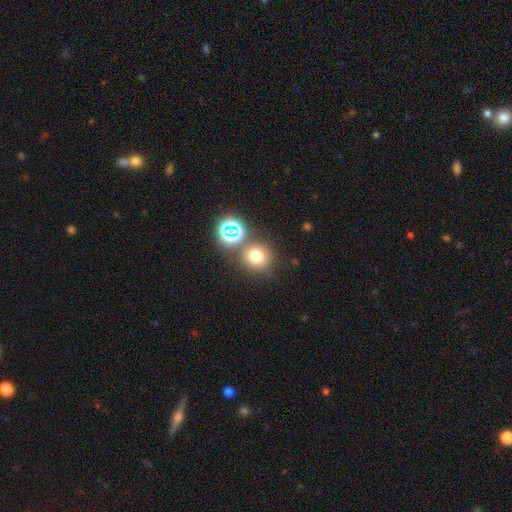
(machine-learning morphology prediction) Q: Smooth or featured?
A: smooth (70%); runner-up: star or artifact (22%)
Q: How rounded?
A: round (89%); runner-up: in between (10%)
Q: Merging?
A: none (70%); runner-up: merger (17%)